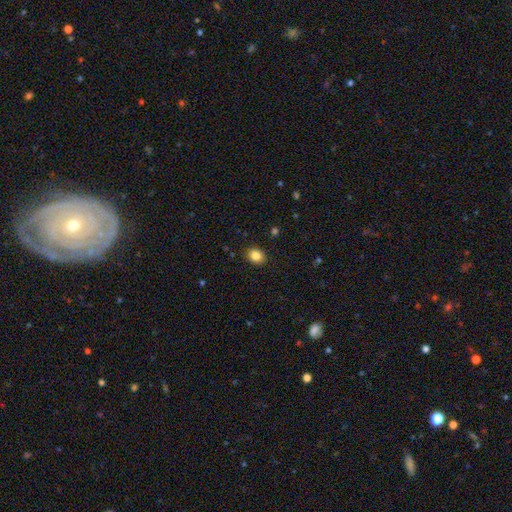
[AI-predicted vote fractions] A smooth galaxy with no disk features (84%) that is round (55%). Merging: none (90%).